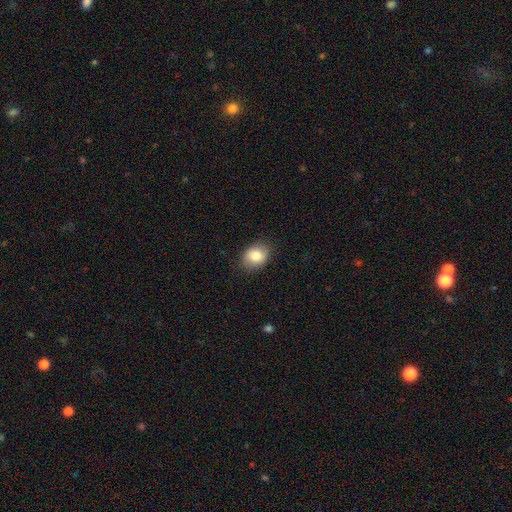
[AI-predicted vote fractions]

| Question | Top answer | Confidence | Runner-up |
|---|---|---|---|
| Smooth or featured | smooth | 83% | featured or disk (9%) |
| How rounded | in between | 60% | round (39%) |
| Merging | none | 84% | minor disturbance (12%) |